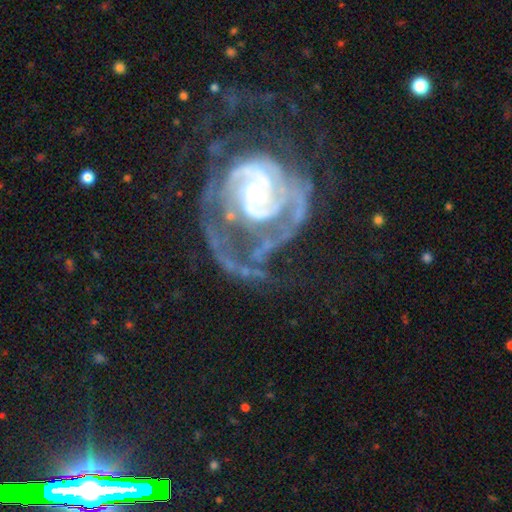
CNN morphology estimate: smooth_or_featured: featured or disk (p=0.87) [alt: star or artifact p=0.07]
disk_edge_on: no (p=0.98) [alt: yes p=0.02]
bar: no (p=0.65) [alt: weak p=0.26]
has_spiral_arms: yes (p=0.92) [alt: no p=0.08]
spiral_winding: tight (p=0.56) [alt: medium p=0.31]
spiral_arm_count: 2 (p=0.36) [alt: can't tell p=0.26]
bulge_size: small (p=0.59) [alt: moderate p=0.30]
merging: major disturbance (p=0.41) [alt: none p=0.38]